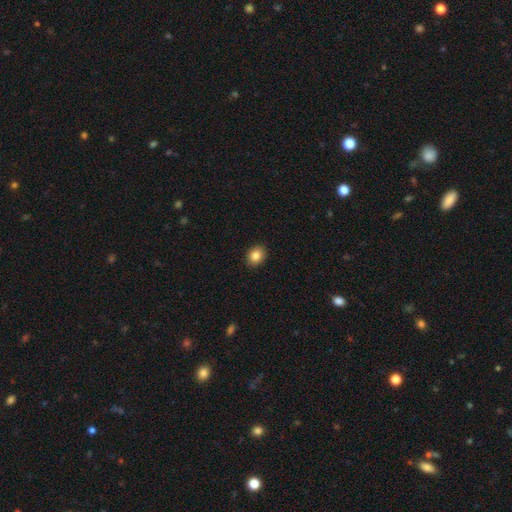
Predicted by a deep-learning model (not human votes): Smooth or featured? Predicted: smooth (p=0.85). How rounded? Predicted: round (p=0.51). Merging? Predicted: none (p=0.91).